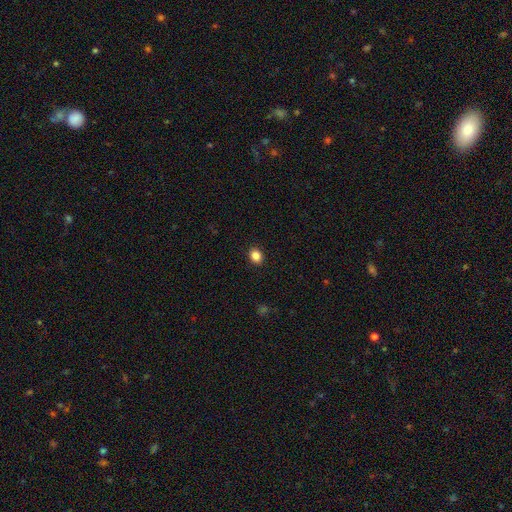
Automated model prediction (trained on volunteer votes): Q: Smooth or featured?
A: smooth (86%); runner-up: star or artifact (10%)
Q: How rounded?
A: round (58%); runner-up: in between (42%)
Q: Merging?
A: none (91%); runner-up: minor disturbance (6%)